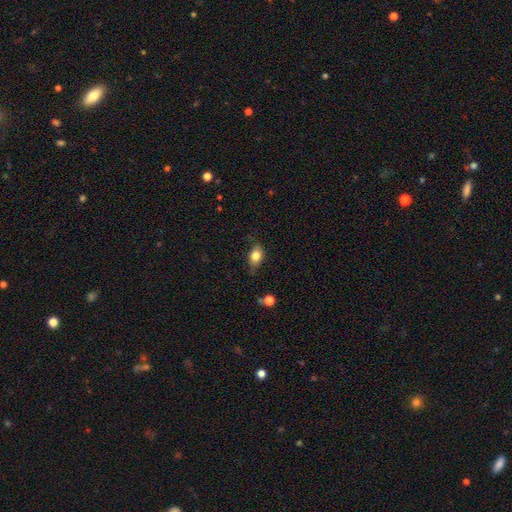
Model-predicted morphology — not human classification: Smooth or featured? smooth (78%)
How rounded? in between (72%)
Merging? none (64%)